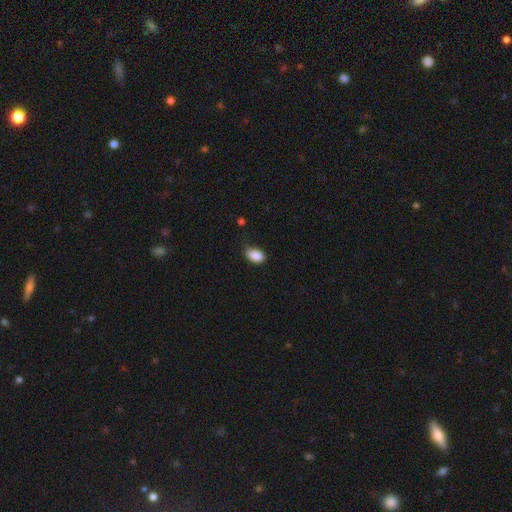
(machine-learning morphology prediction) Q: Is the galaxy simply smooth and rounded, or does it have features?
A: smooth — 88%.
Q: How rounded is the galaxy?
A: in between — 90%.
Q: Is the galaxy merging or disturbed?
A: none — 65%.